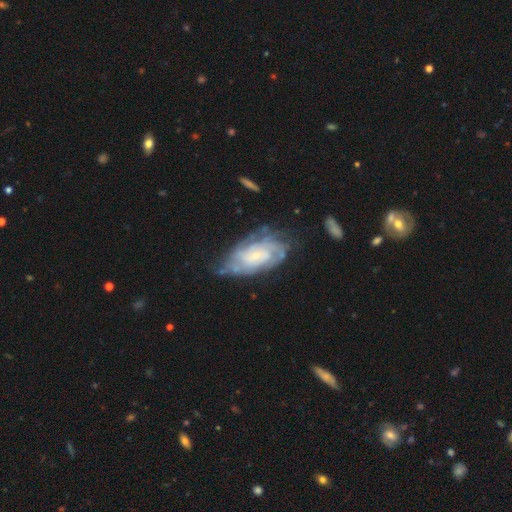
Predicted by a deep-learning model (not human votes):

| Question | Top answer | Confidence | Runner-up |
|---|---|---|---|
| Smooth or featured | featured or disk | 79% | smooth (15%) |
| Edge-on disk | no | 95% | yes (5%) |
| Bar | no | 67% | weak (27%) |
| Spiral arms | yes | 91% | no (9%) |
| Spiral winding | tight | 66% | medium (27%) |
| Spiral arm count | can't tell | 48% | 2 (18%) |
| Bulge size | small | 74% | moderate (19%) |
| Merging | none | 58% | minor disturbance (27%) |